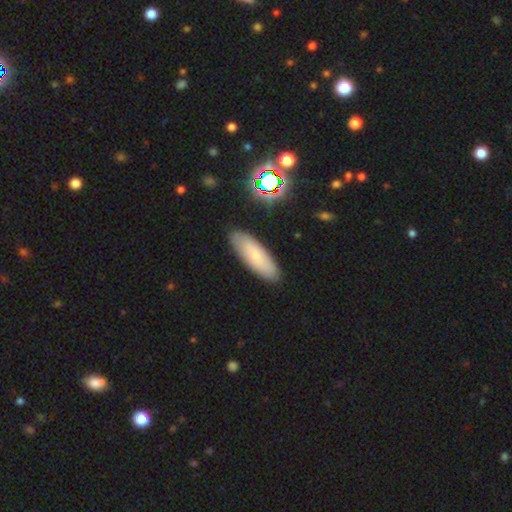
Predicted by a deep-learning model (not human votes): Overall: smooth (73%). How rounded: in between (57%; cigar-shaped 41%). Merging: none (87%).